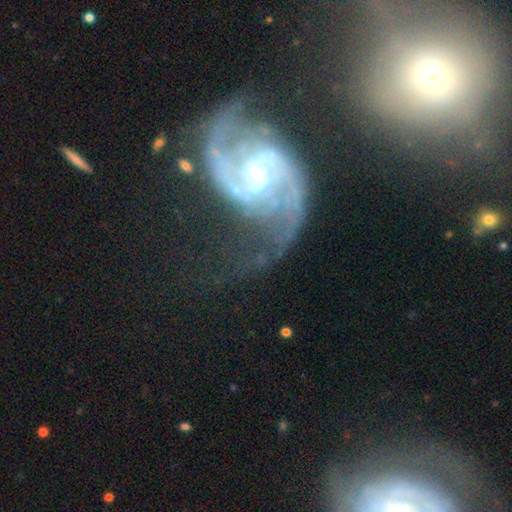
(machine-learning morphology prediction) A featured or disk galaxy (91%) with a weak bar (51%), 2 (87%) medium (51%) spiral arms (98%) and a small central bulge (59%).

Vote fractions:
- Smooth or featured? featured or disk: 91% / star or artifact: 6% / smooth: 3%
- Edge-on disk? no: 98% / yes: 2%
- Bar? weak: 51% / no: 26% / strong: 23%
- Spiral arms? yes: 98% / no: 2%
- Spiral winding? medium: 51% / loose: 30% / tight: 19%
- Spiral arm count? 2: 87% / can't tell: 4% / 3: 3% / 1: 2% / 4: 2% / more than 4: 2%
- Bulge size? small: 59% / moderate: 33% / none: 4% / large: 2% / dominant: 1%
- Merging? none: 55% / minor disturbance: 19% / major disturbance: 17% / merger: 9%